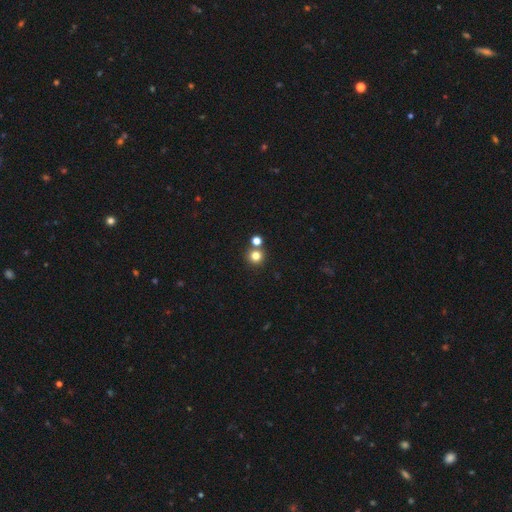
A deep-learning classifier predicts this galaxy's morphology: smooth_or_featured: smooth (p=0.79) [alt: star or artifact p=0.15]
how_rounded: round (p=0.94) [alt: in between p=0.05]
merging: none (p=0.73) [alt: merger p=0.18]